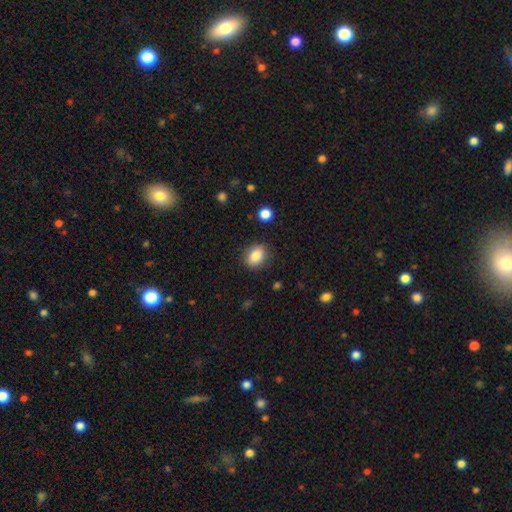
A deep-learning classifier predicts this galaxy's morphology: This is clearly a smooth galaxy (85%). How rounded: possibly in between (57%). Merging: clearly none (86%).